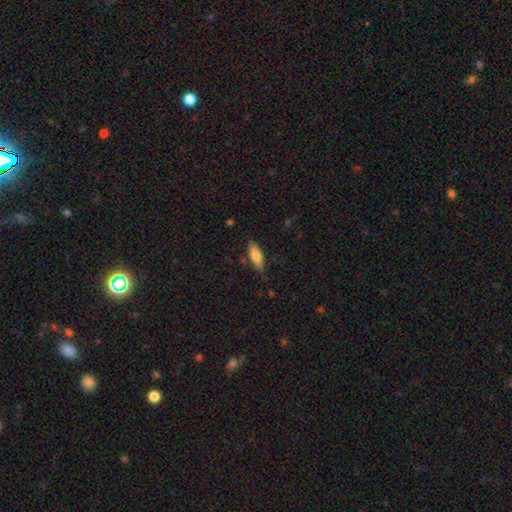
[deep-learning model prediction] A smooth galaxy with no disk features (77%) that is in between round and cigar-shaped (61%). Merging: none (81%).